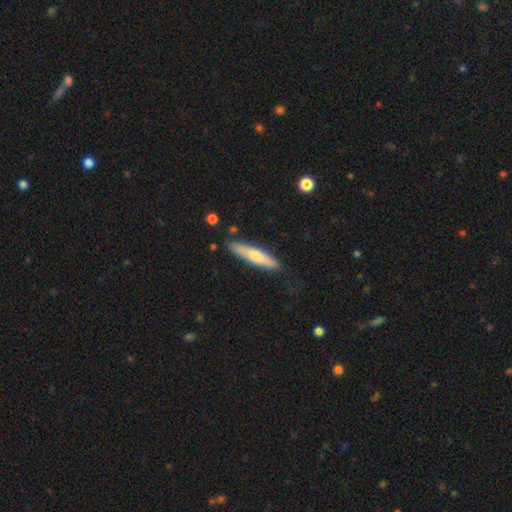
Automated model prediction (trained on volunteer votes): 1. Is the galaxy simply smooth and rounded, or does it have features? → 52% smooth, 40% featured or disk, 8% star or artifact.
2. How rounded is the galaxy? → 86% cigar-shaped, 12% in between, 2% round.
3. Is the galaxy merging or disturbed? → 80% none, 16% minor disturbance, 3% major disturbance, 2% merger.